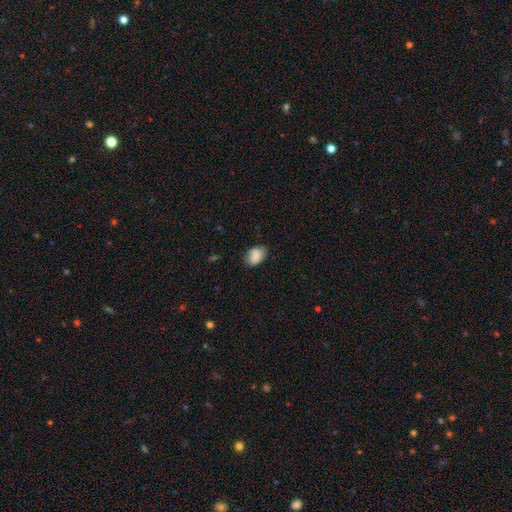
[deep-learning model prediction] smooth_or_featured: smooth (p=0.84) [alt: featured or disk p=0.08]
how_rounded: in between (p=0.78) [alt: round p=0.21]
merging: none (p=0.70) [alt: minor disturbance p=0.24]